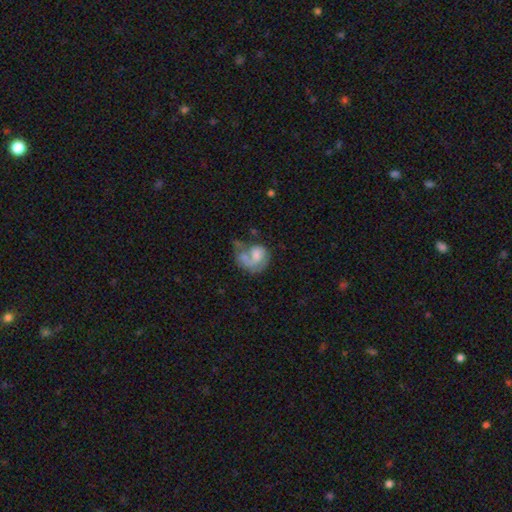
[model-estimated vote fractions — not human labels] This is possibly a featured or disk galaxy (53%). It is clearly not viewed edge-on (98%). Bar: likely no (71%). Spiral arm pattern: likely yes (63%). Central bulge: marginally moderate (33%). Merging: marginally major disturbance (36%).